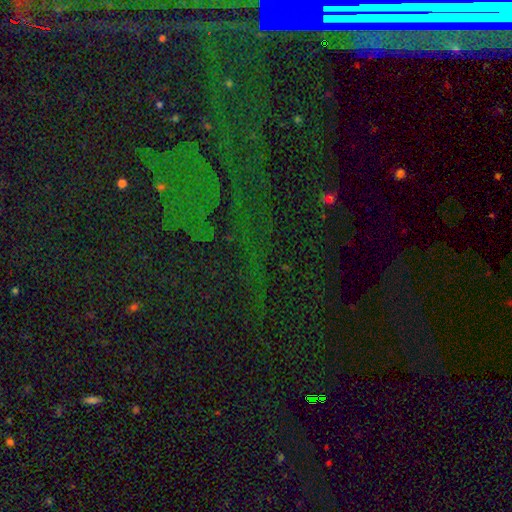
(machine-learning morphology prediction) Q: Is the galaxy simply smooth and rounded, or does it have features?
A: star or artifact — 78%.